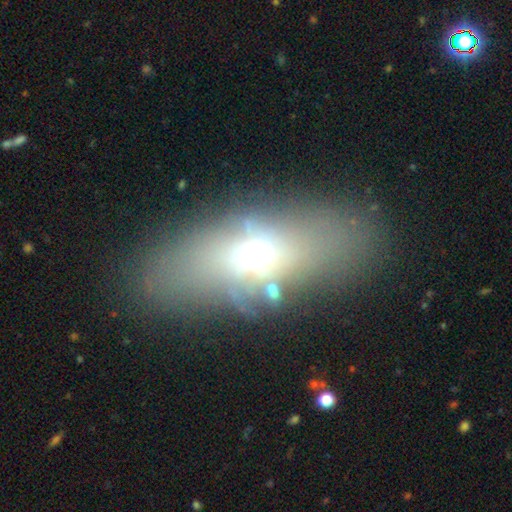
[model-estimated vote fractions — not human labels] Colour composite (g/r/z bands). It shows a smooth galaxy with no disk features (44%). Merging: none (57%).